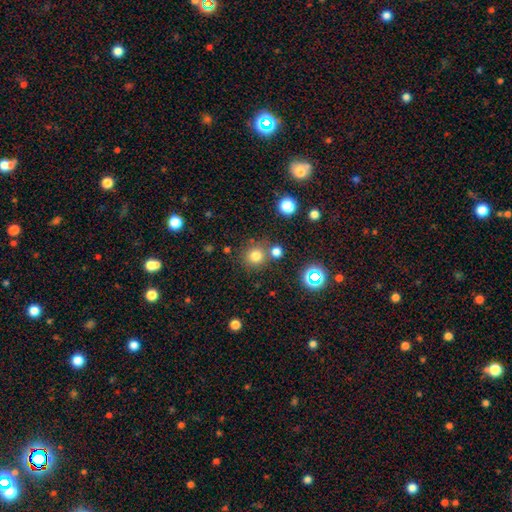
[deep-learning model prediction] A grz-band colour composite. It shows a smooth galaxy with no disk features (76%) that is round (91%). Merging: none (74%).